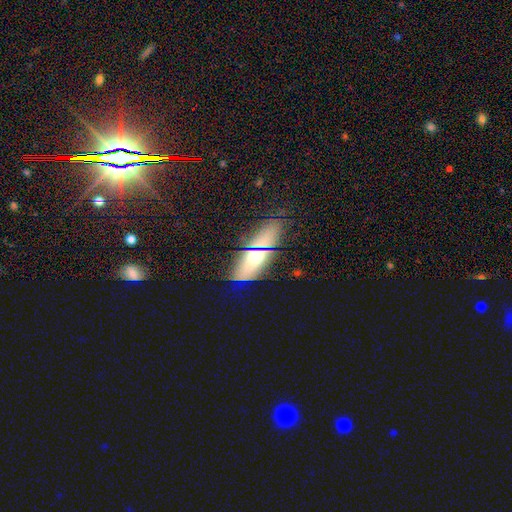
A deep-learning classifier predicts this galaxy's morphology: A smooth galaxy with no disk features (56%) that is in between round and cigar-shaped (76%).

Vote fractions:
- Smooth or featured? smooth: 56% / featured or disk: 29% / star or artifact: 15%
- How rounded? in between: 76% / cigar-shaped: 16% / round: 8%
- Merging? none: 73% / minor disturbance: 17% / major disturbance: 8% / merger: 3%